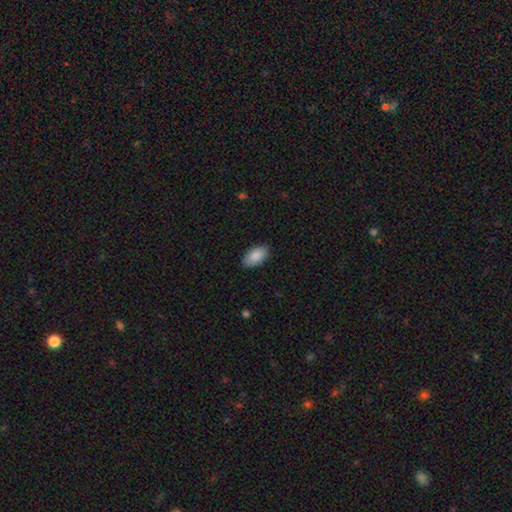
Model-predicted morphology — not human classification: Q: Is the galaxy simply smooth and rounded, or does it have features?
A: smooth — 89%.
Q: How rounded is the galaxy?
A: in between — 95%.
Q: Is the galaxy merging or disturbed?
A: none — 88%.